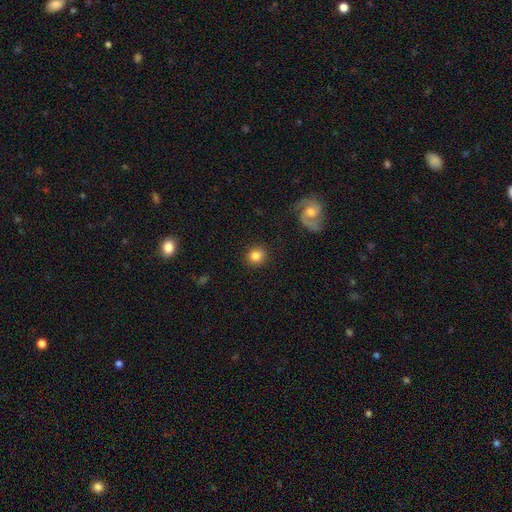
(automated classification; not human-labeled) Q: Smooth or featured?
A: smooth (85%); runner-up: star or artifact (8%)
Q: How rounded?
A: round (84%); runner-up: in between (15%)
Q: Merging?
A: none (90%); runner-up: minor disturbance (6%)